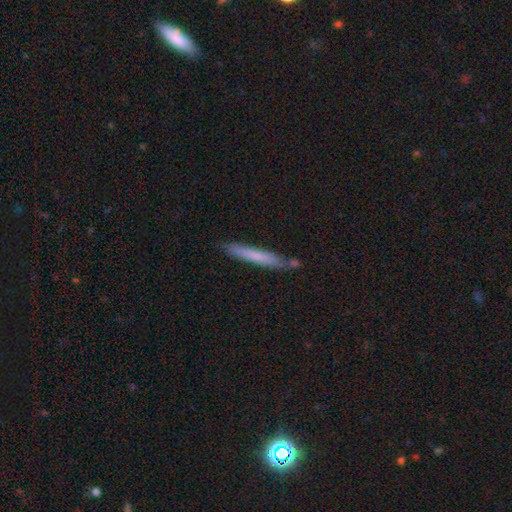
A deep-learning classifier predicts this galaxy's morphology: A smooth galaxy with no disk features (66%) that is cigar-shaped (95%). Merging: none (80%).